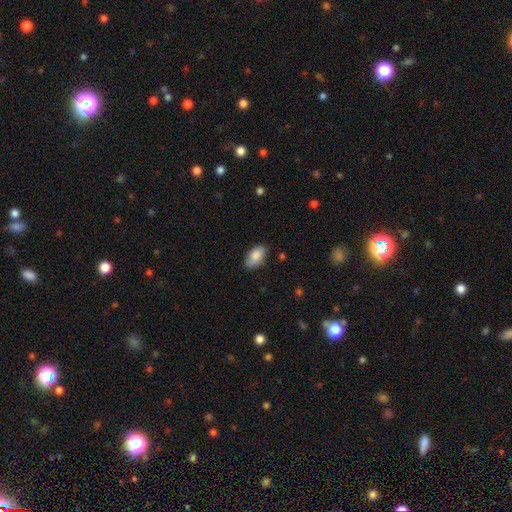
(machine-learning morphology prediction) type=smooth (86%); roundness=in between (94%); merging=none (82%).